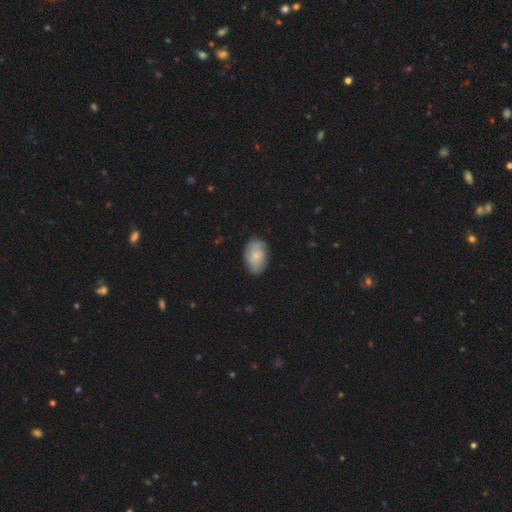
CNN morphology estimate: Smooth or featured: smooth — 50% (featured or disk — 43%)
Merging: none — 74% (minor disturbance — 20%)